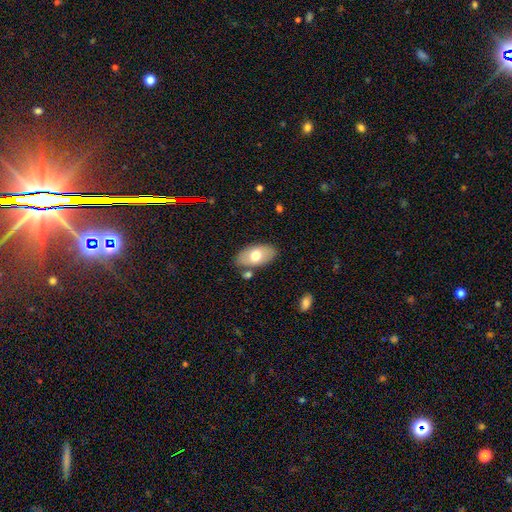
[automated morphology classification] A smooth galaxy with no disk features (66%) that is in between round and cigar-shaped (94%).

Vote fractions:
- Smooth or featured? smooth: 66% / featured or disk: 27% / star or artifact: 6%
- How rounded? in between: 94% / round: 4% / cigar-shaped: 2%
- Merging? none: 79% / minor disturbance: 13% / merger: 5% / major disturbance: 3%